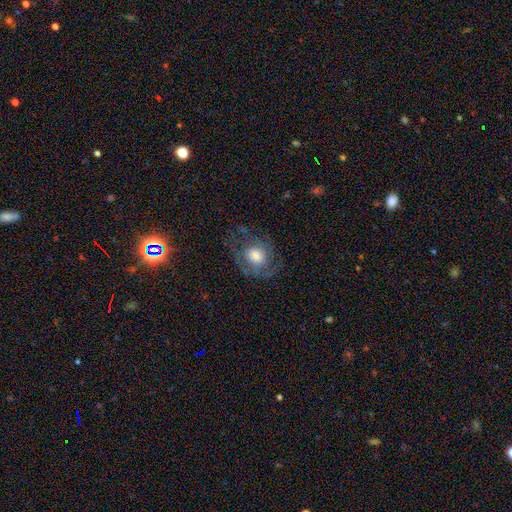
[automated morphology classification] The model was most divided on "smooth or featured": featured or disk: 47%, smooth: 44%, star or artifact: 9%. More confident: merging — none (59%).